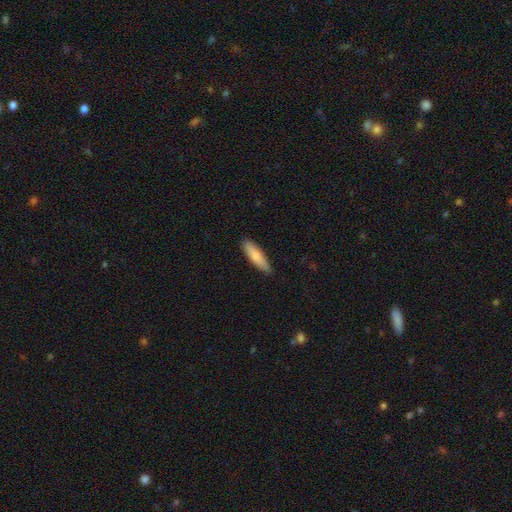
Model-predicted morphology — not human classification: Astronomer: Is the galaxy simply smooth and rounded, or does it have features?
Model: smooth — 77%.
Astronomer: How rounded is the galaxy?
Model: cigar-shaped — 65%.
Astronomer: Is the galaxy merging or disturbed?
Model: none — 86%.